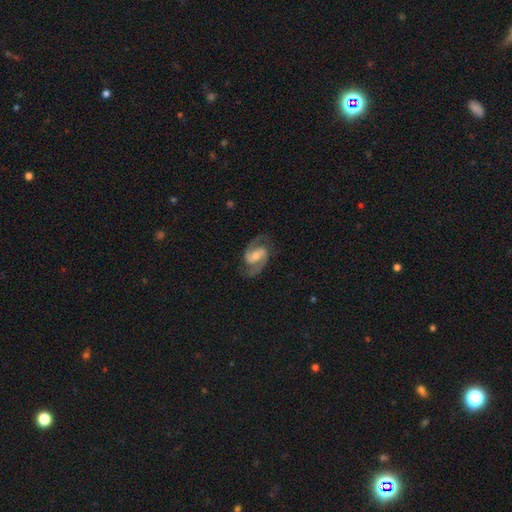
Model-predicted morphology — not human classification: A featured or disk galaxy (92%) with a weak bar (48%), 2 (94%) medium (62%) spiral arms (98%) and a moderate central bulge (50%).

Vote fractions:
- Smooth or featured? featured or disk: 92% / smooth: 4% / star or artifact: 4%
- Edge-on disk? no: 98% / yes: 2%
- Bar? weak: 48% / no: 27% / strong: 26%
- Spiral arms? yes: 98% / no: 2%
- Spiral winding? medium: 62% / tight: 21% / loose: 17%
- Spiral arm count? 2: 94% / can't tell: 2% / 3: 1% / 1: 1% / 4: 1% / more than 4: 1%
- Bulge size? moderate: 50% / small: 43% / none: 3% / large: 3% / dominant: 1%
- Merging? none: 83% / minor disturbance: 12% / major disturbance: 4% / merger: 1%